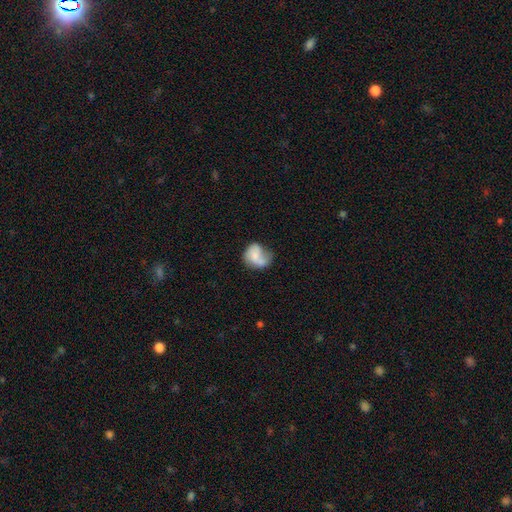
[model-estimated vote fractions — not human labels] A smooth galaxy with no disk features (52%) that is round (55%). Merging: none (31%).